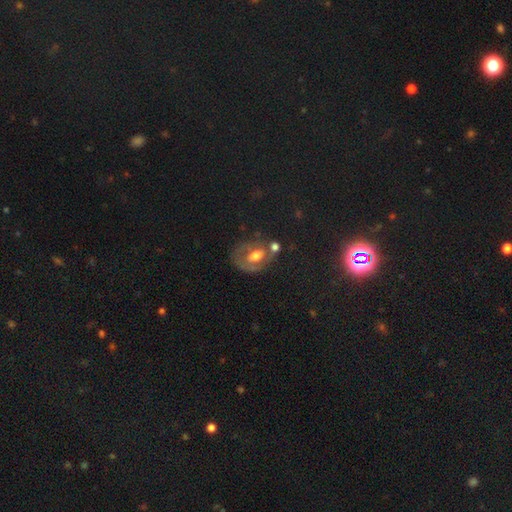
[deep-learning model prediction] smooth-or-featured: featured or disk: 52% | smooth: 36% | star or artifact: 12%
  disk-edge-on: no: 93% | yes: 7%
  merging: none: 43% | minor disturbance: 23% | major disturbance: 18% | merger: 16%